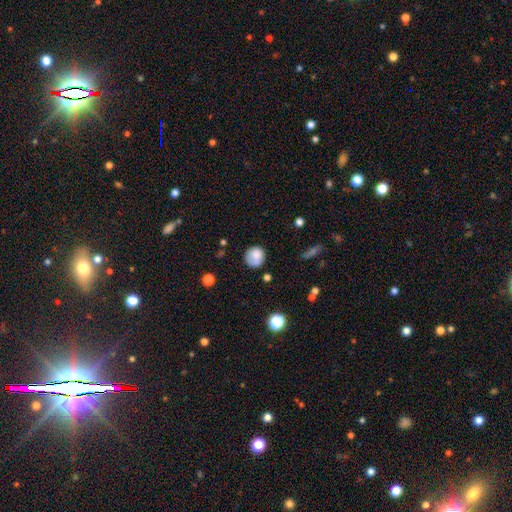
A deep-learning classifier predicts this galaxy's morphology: This appears to be a smooth galaxy with no disk features (79%) that is round (86%). Merging: none (65%).